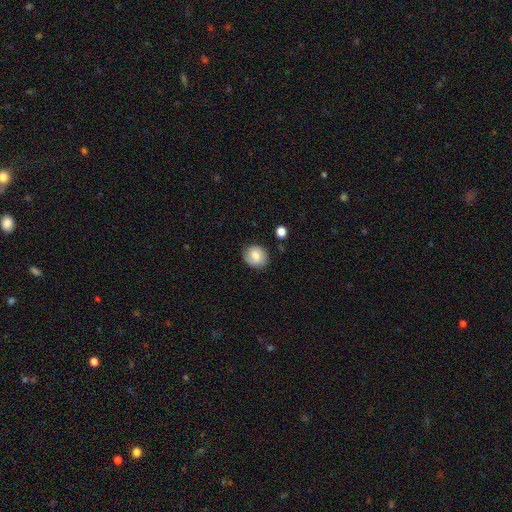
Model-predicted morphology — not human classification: A smooth galaxy with no disk features (78%) that is round (74%).

Vote fractions:
- Smooth or featured? smooth: 78% / featured or disk: 14% / star or artifact: 8%
- How rounded? round: 74% / in between: 25% / cigar-shaped: 1%
- Merging? none: 81% / minor disturbance: 14% / major disturbance: 3% / merger: 2%